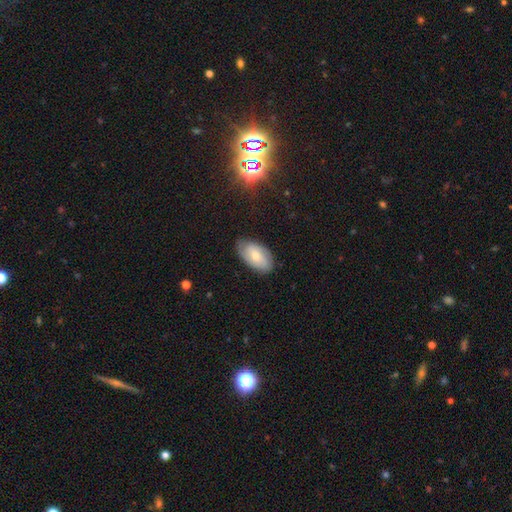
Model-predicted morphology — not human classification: A smooth galaxy with no disk features (50%).

Vote fractions:
- Smooth or featured? smooth: 50% / featured or disk: 43% / star or artifact: 7%
- Merging? none: 78% / minor disturbance: 17% / major disturbance: 4% / merger: 1%